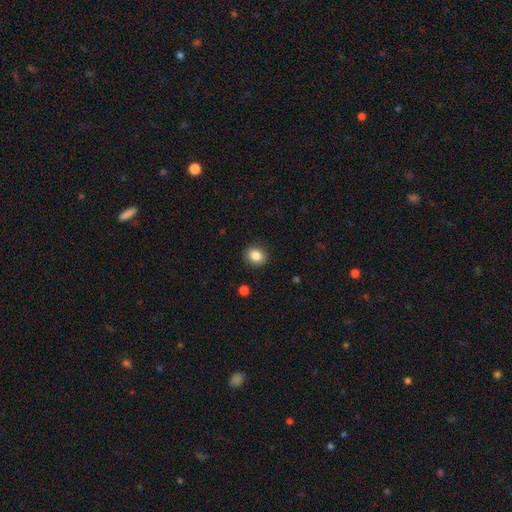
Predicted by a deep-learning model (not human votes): smooth_or_featured: smooth (p=0.85) [alt: star or artifact p=0.10]
how_rounded: round (p=0.68) [alt: in between p=0.31]
merging: none (p=0.89) [alt: minor disturbance p=0.07]